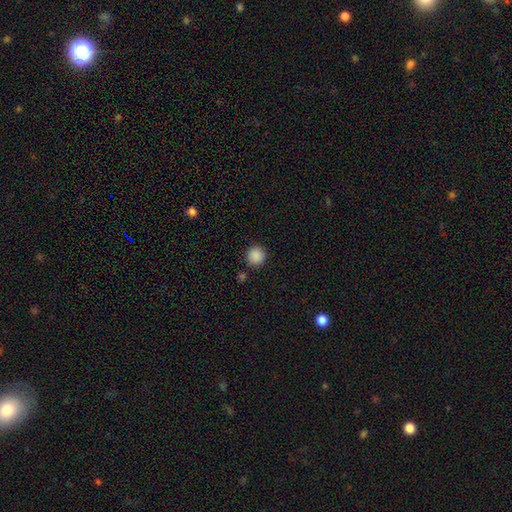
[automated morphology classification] Q: Smooth or featured?
A: smooth (88%); runner-up: star or artifact (9%)
Q: How rounded?
A: round (94%); runner-up: in between (5%)
Q: Merging?
A: none (88%); runner-up: minor disturbance (7%)